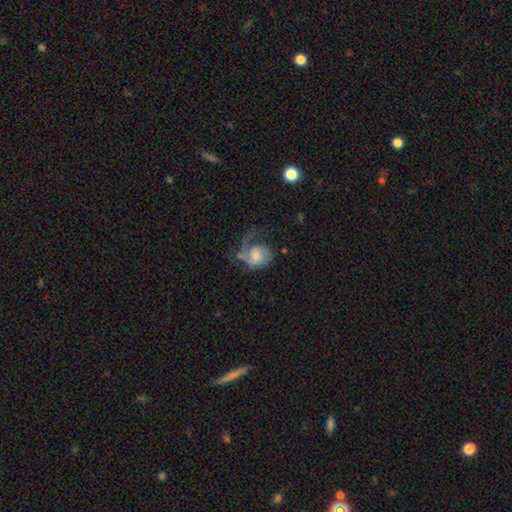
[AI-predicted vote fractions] The model was most divided on "spiral winding": loose: 40%, medium: 39%, tight: 21%. Remaining: edge-on disk — no (98%); spiral arms — yes (86%); bar — no (71%); smooth or featured — featured or disk (63%); spiral arm count — 1 (61%); merging — major disturbance (45%); bulge size — moderate (41%).